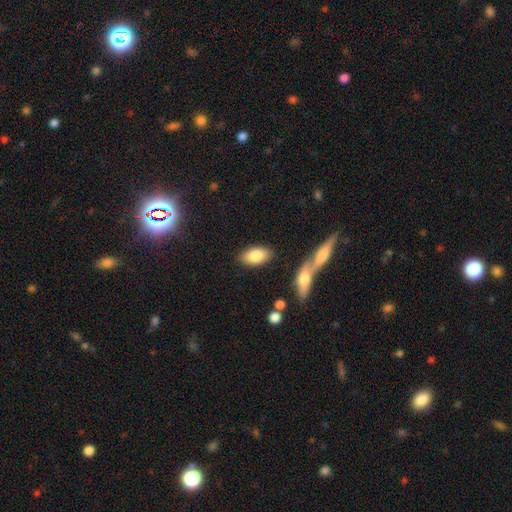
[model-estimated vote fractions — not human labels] Overall: smooth (82%). How rounded: in between (92%). Merging: none (82%).